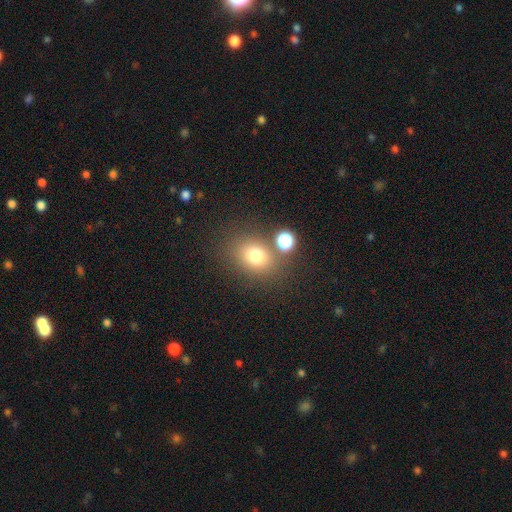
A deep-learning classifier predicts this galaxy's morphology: A smooth galaxy with no disk features (75%) that is round (53%).

Vote fractions:
- Smooth or featured? smooth: 75% / star or artifact: 15% / featured or disk: 10%
- How rounded? round: 53% / in between: 46% / cigar-shaped: 1%
- Merging? none: 71% / merger: 12% / minor disturbance: 11% / major disturbance: 5%